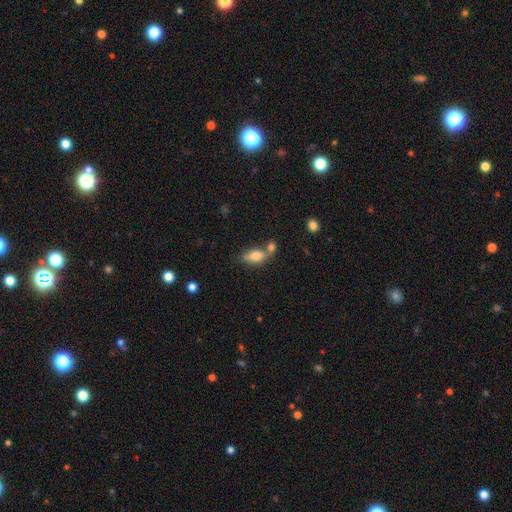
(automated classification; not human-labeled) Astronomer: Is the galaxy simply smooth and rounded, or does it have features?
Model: smooth — 77%.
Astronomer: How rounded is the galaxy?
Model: in between — 86%.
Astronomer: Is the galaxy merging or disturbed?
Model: none — 48% (runner-up: merger, 34%).